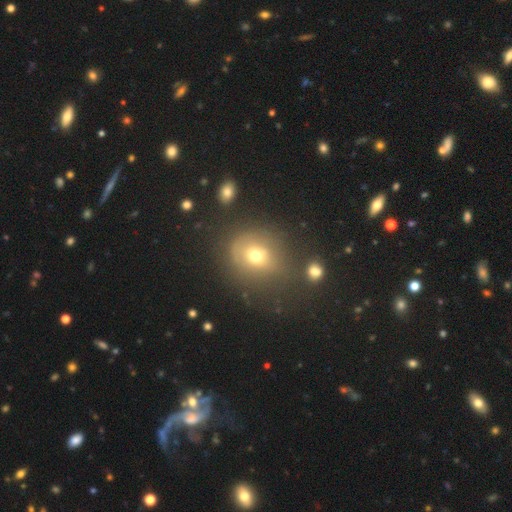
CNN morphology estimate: Smooth or featured?
  - smooth: 65% *
  - featured or disk: 19%
  - star or artifact: 16%
How rounded?
  - round: 72% *
  - in between: 27%
  - cigar-shaped: 1%
Merging?
  - none: 64% *
  - minor disturbance: 18%
  - major disturbance: 11%
  - merger: 6%